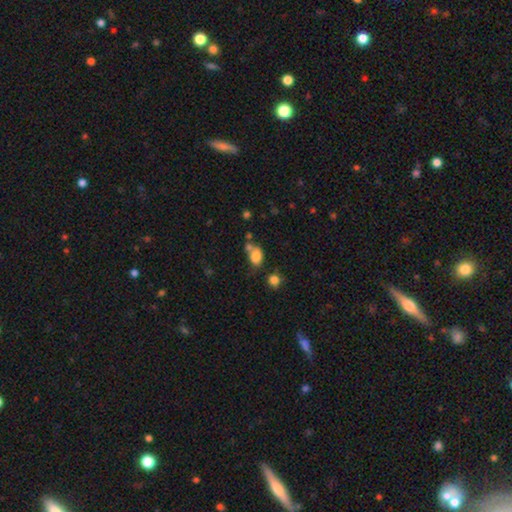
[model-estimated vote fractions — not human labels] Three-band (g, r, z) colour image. It shows a smooth galaxy with no disk features (79%) that is in between round and cigar-shaped (70%). Merging: none (44%).